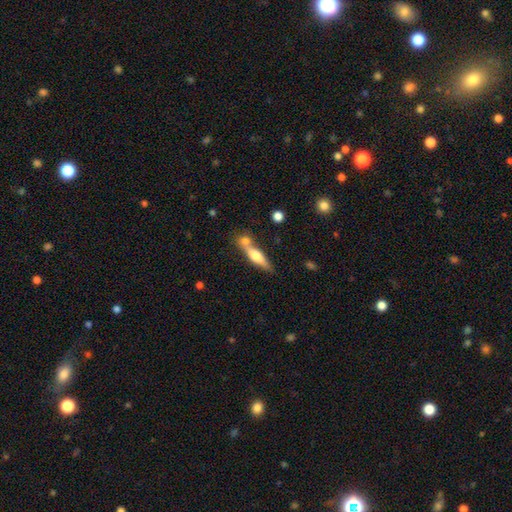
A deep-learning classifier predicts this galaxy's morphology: smooth_or_featured: smooth (p=0.47) [tied with: featured or disk p=0.47]
merging: none (p=0.53) [alt: merger p=0.31]